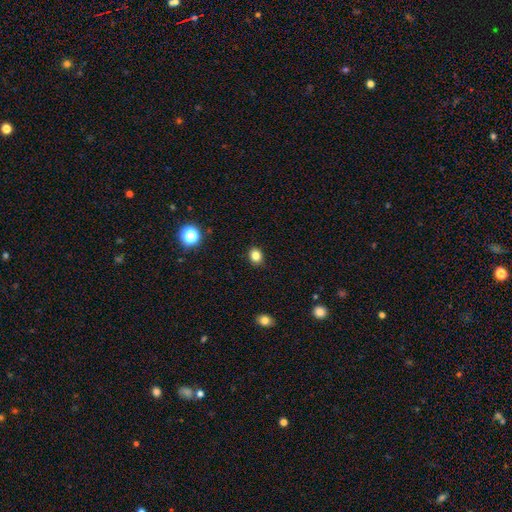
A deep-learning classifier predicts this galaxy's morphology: Smooth or featured?
  - smooth: 83% *
  - star or artifact: 13%
  - featured or disk: 5%
How rounded?
  - round: 59% *
  - in between: 41%
  - cigar-shaped: 1%
Merging?
  - none: 89% *
  - minor disturbance: 8%
  - major disturbance: 2%
  - merger: 1%